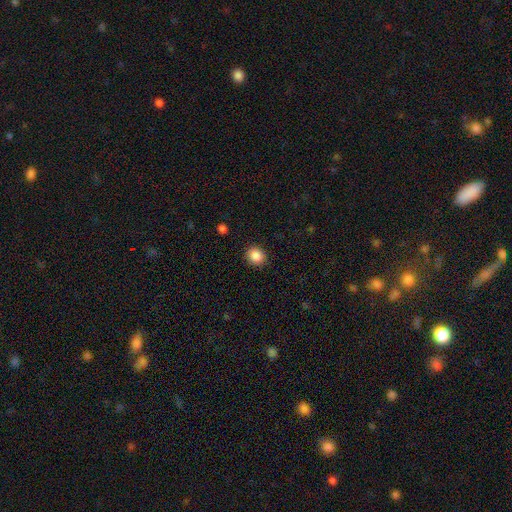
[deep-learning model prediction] A smooth galaxy with no disk features (88%) that is round (77%).

Vote fractions:
- Smooth or featured? smooth: 88% / star or artifact: 9% / featured or disk: 3%
- How rounded? round: 77% / in between: 22% / cigar-shaped: 1%
- Merging? none: 90% / minor disturbance: 7% / major disturbance: 2% / merger: 1%